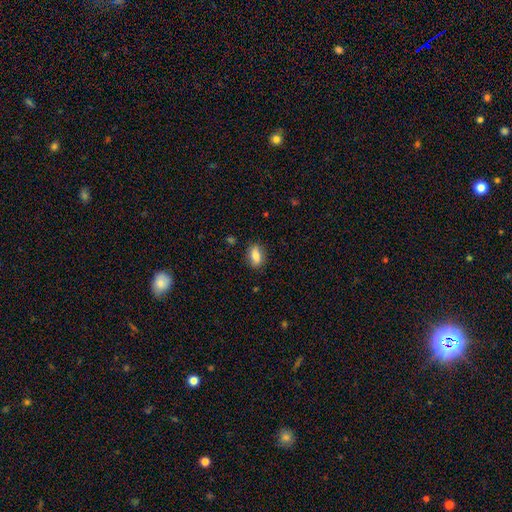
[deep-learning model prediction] This is likely a smooth galaxy (78%). How rounded: clearly in between (84%). Merging: clearly none (85%).